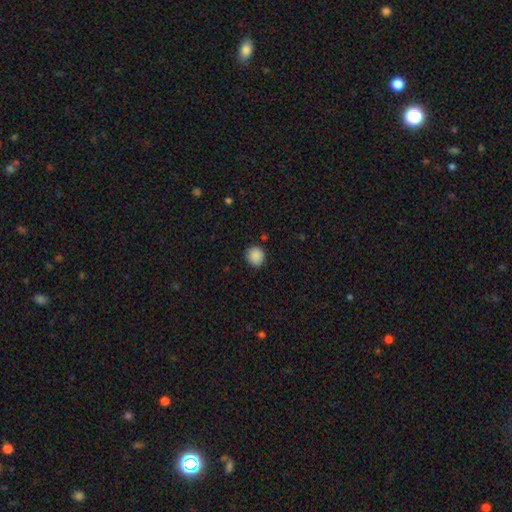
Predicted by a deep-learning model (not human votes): smooth_or_featured: smooth (p=0.89) [alt: star or artifact p=0.09]
how_rounded: round (p=0.85) [alt: in between p=0.14]
merging: none (p=0.88) [alt: minor disturbance p=0.08]